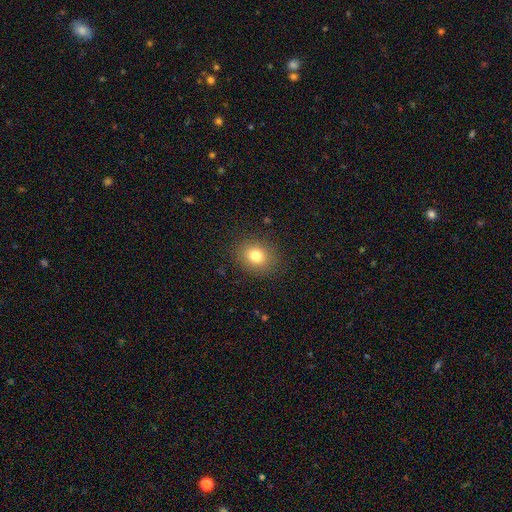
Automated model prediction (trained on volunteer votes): smooth-or-featured: smooth: 79% | star or artifact: 12% | featured or disk: 9%
  how-rounded: round: 65% | in between: 34% | cigar-shaped: 1%
  merging: none: 87% | minor disturbance: 8% | major disturbance: 3% | merger: 1%